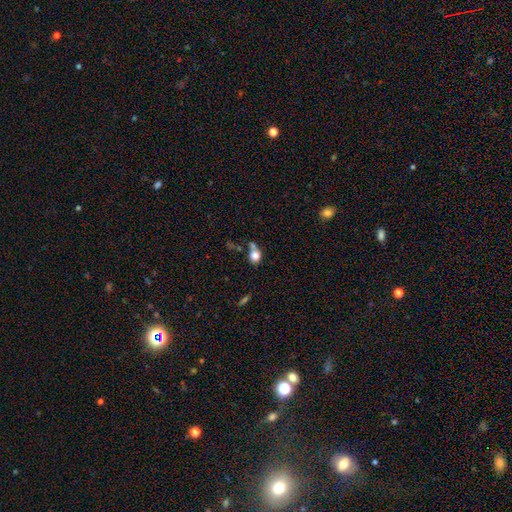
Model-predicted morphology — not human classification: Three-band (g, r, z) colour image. It shows a smooth galaxy with no disk features (77%) that is round (69%). Merging: merger (39%).